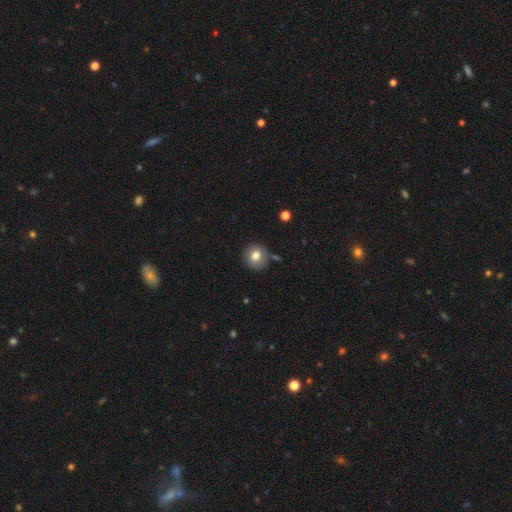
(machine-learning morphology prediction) Smooth or featured? Predicted: smooth (p=0.78). How rounded? Predicted: round (p=0.88). Merging? Predicted: none (p=0.81).